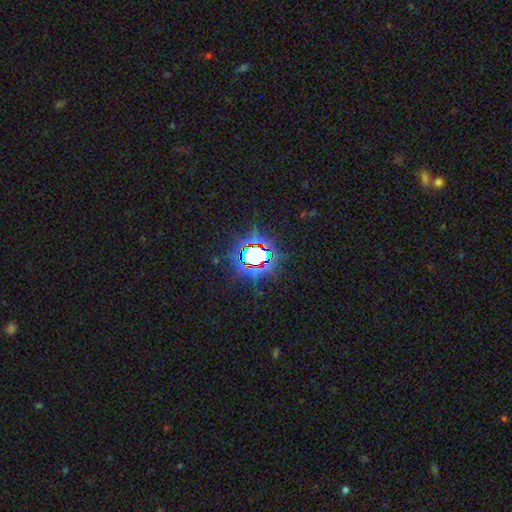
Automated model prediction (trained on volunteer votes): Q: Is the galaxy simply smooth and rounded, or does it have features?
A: star or artifact — 75%.